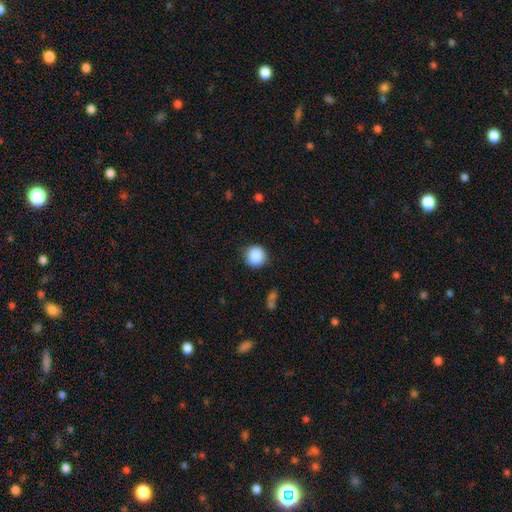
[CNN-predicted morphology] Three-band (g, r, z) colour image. It shows a smooth galaxy with no disk features (89%) that is round (91%). Merging: none (86%).